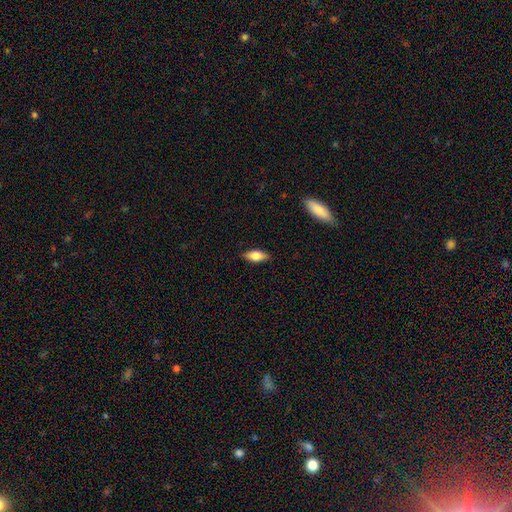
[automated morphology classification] smooth 76%, featured or disk 17%, star or artifact 7%. Down the decision tree: how rounded — in between (84%); merging — none (87%).